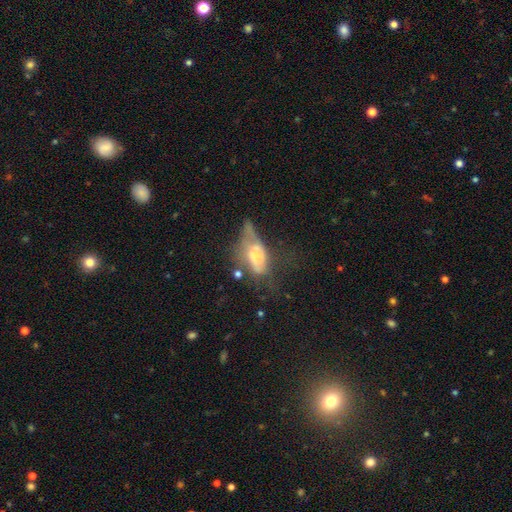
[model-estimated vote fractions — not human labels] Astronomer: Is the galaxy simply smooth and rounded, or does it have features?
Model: smooth — 46% (runner-up: featured or disk, 44%).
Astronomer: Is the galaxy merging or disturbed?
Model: major disturbance — 45% (runner-up: minor disturbance, 21%).